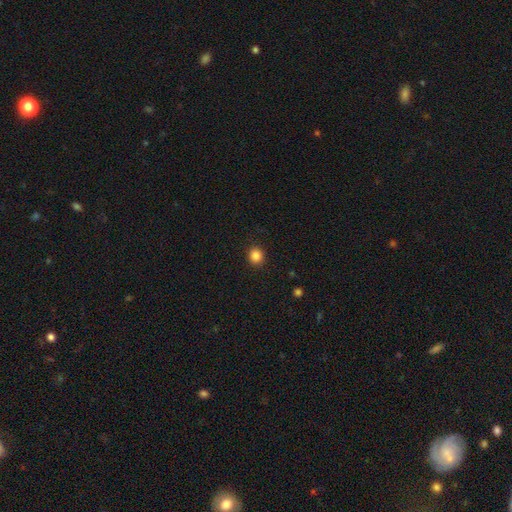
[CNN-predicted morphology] This is clearly a smooth galaxy (85%). How rounded: clearly round (88%). Merging: clearly none (91%).